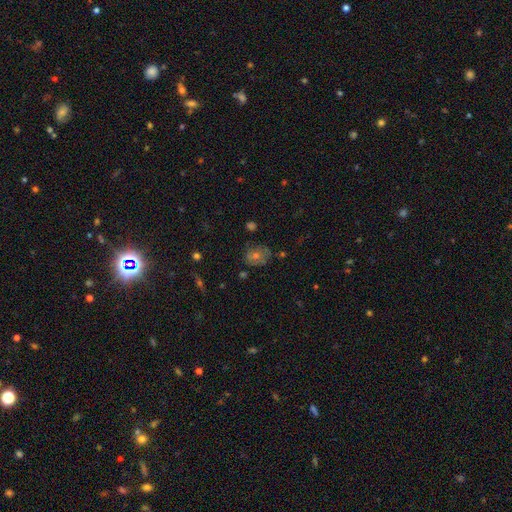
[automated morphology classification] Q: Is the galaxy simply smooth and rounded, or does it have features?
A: smooth — 42%.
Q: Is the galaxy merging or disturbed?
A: none — 71%.